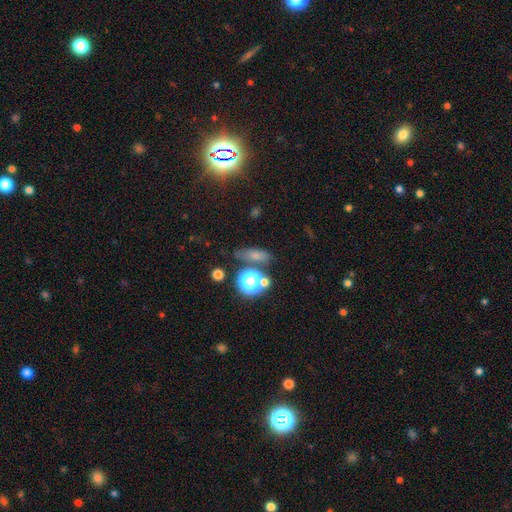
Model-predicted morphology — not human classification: A smooth galaxy with no disk features (63%) that is in between round and cigar-shaped (45%).

Vote fractions:
- Smooth or featured? smooth: 63% / star or artifact: 23% / featured or disk: 14%
- How rounded? in between: 45% / round: 32% / cigar-shaped: 22%
- Merging? none: 65% / minor disturbance: 16% / merger: 12% / major disturbance: 7%